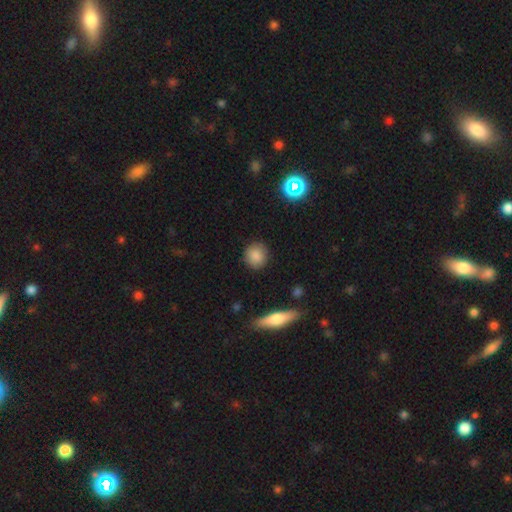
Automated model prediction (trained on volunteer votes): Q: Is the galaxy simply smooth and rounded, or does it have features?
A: smooth — 84%.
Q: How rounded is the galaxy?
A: round — 87%.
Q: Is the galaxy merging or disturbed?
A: none — 89%.